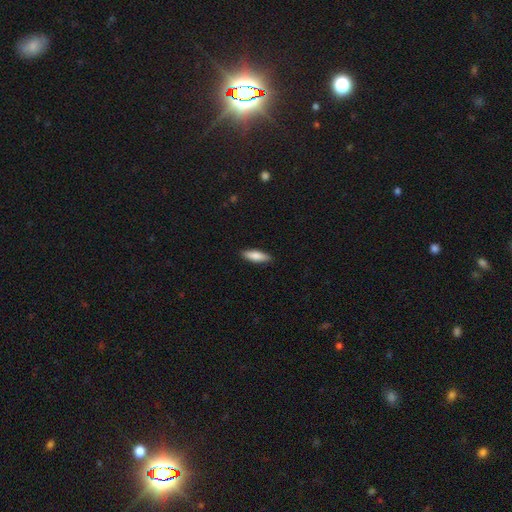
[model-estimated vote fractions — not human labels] Smooth or featured? smooth (84%)
How rounded? cigar-shaped (53%)
Merging? none (89%)